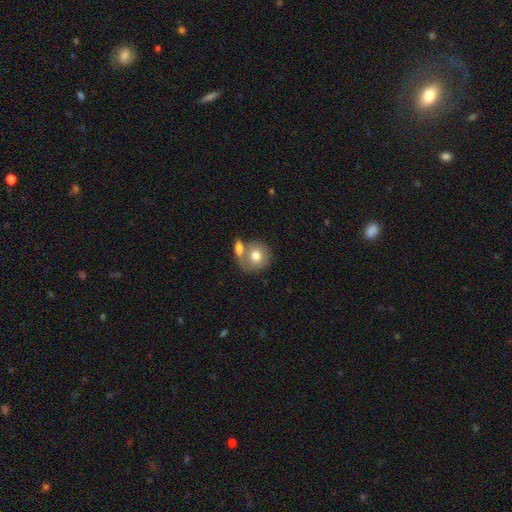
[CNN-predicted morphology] This is likely a smooth galaxy (73%). How rounded: clearly round (84%). Merging: possibly none (46%).